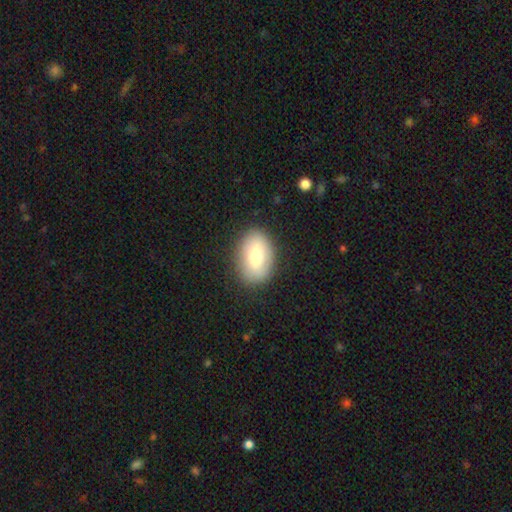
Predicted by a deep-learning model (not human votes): Smooth or featured? Predicted: smooth (p=0.73). How rounded? Predicted: in between (p=0.81). Merging? Predicted: none (p=0.87).